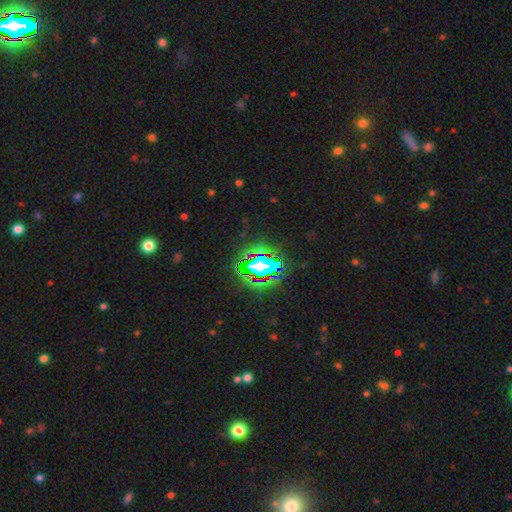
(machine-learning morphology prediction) The model was most divided on "smooth or featured": star or artifact: 76%, smooth: 14%, featured or disk: 9%.